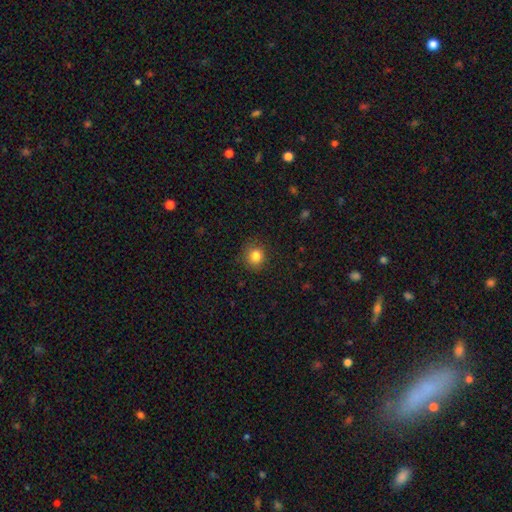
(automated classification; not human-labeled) smooth 84%, star or artifact 11%, featured or disk 5%. Down the decision tree: how rounded — round (87%); merging — none (85%).